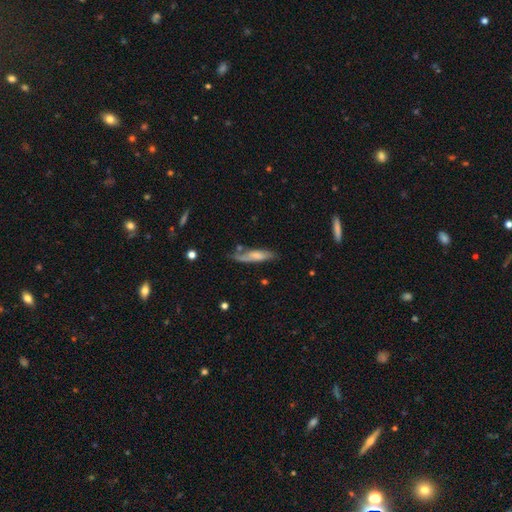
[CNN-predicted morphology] This appears to be a smooth galaxy with no disk features (56%) that is cigar-shaped (65%). Merging: none (55%).